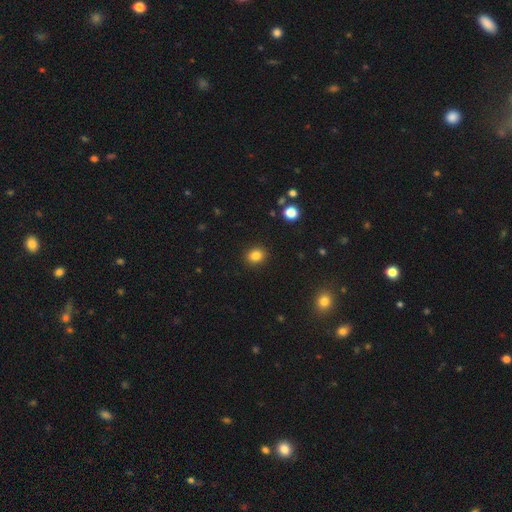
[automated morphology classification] Smooth or featured?
  - smooth: 84% *
  - star or artifact: 11%
  - featured or disk: 5%
How rounded?
  - round: 68% *
  - in between: 31%
  - cigar-shaped: 1%
Merging?
  - none: 91% *
  - minor disturbance: 6%
  - major disturbance: 2%
  - merger: 1%